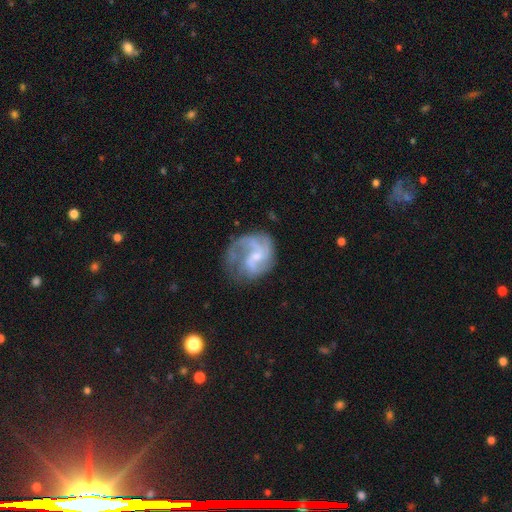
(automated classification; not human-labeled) featured or disk 78%, smooth 15%, star or artifact 7%. Down the decision tree: edge-on disk — no (98%); bar — weak (46%); spiral arms — yes (90%); spiral arm count — 2 (37%); spiral winding — medium (46%); bulge size — small (56%); merging — none (48%).